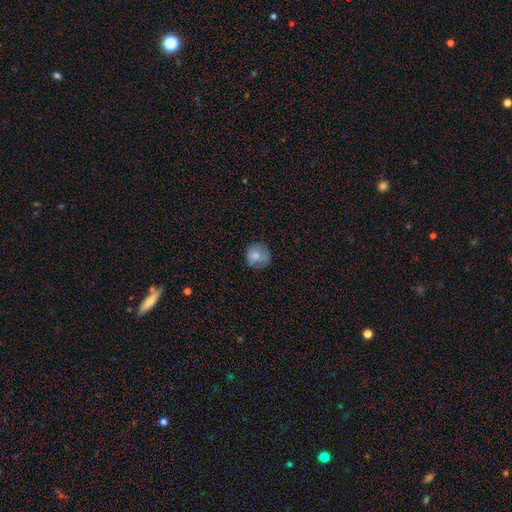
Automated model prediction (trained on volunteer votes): Morphology: type=smooth (77%); roundness=round (89%); merging=none (70%).